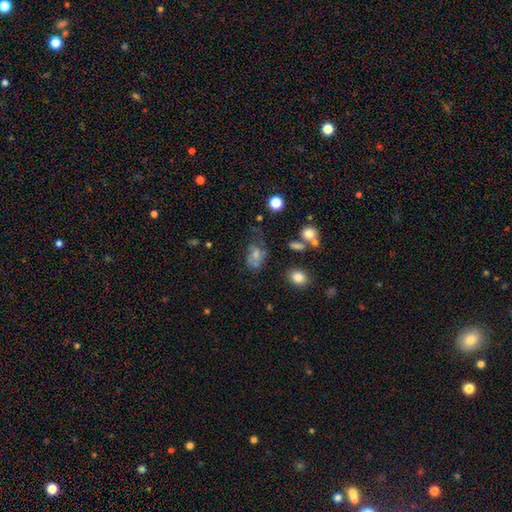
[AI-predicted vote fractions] Morphology: type=smooth (57%); roundness=in between (79%); merging=none (33%).